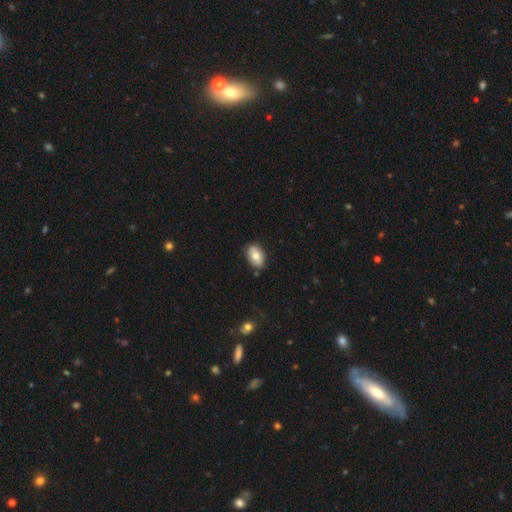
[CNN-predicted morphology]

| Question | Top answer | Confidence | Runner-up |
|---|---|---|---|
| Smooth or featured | smooth | 72% | featured or disk (20%) |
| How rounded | in between | 88% | round (11%) |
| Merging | none | 82% | minor disturbance (14%) |